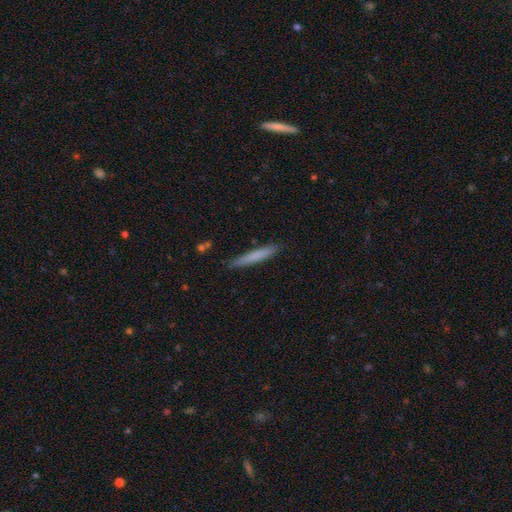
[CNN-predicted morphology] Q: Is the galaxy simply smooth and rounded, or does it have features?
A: smooth — 72%.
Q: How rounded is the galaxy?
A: cigar-shaped — 96%.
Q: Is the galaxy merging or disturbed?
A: none — 89%.